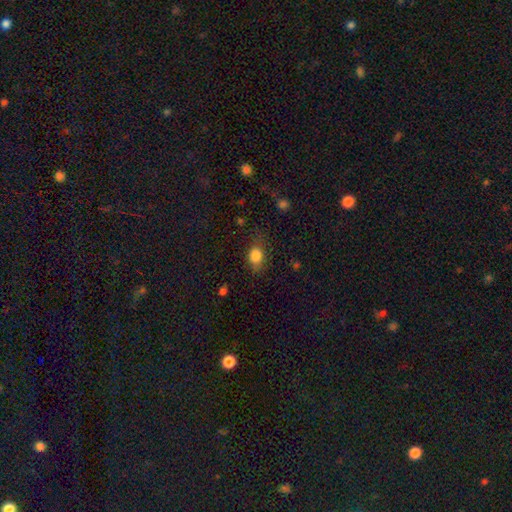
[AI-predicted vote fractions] Smooth or featured? smooth (84%)
How rounded? in between (59%)
Merging? none (65%)